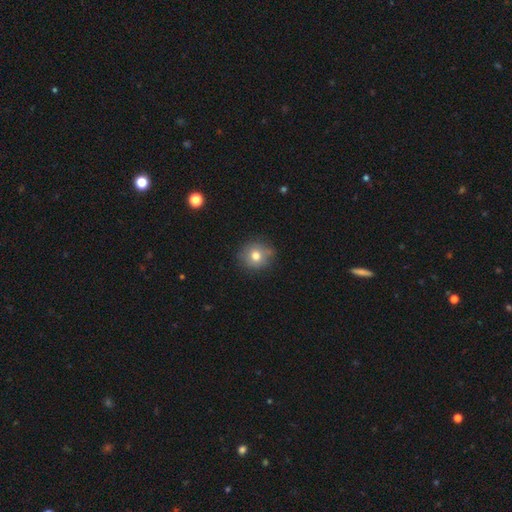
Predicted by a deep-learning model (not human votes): A smooth galaxy with no disk features (76%) that is round (87%). Merging: none (81%).